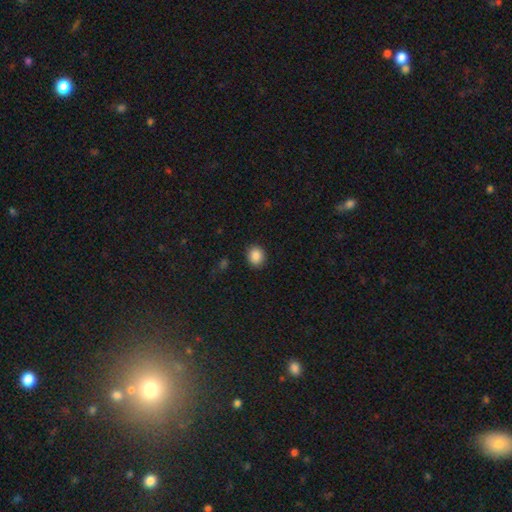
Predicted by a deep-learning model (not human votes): Q: Smooth or featured?
A: smooth (87%); runner-up: star or artifact (9%)
Q: How rounded?
A: round (74%); runner-up: in between (25%)
Q: Merging?
A: none (90%); runner-up: minor disturbance (7%)